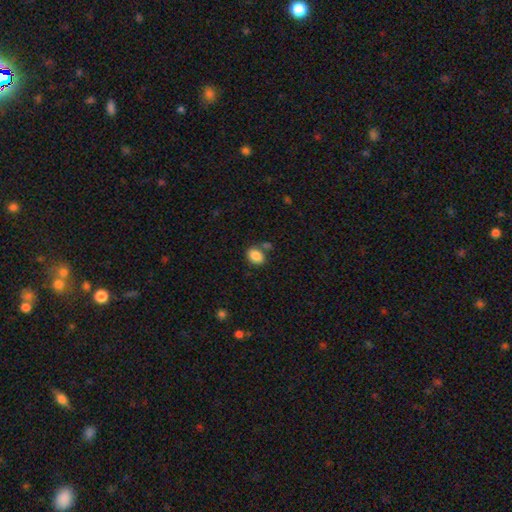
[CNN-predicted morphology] smooth-or-featured: smooth: 86% | star or artifact: 9% | featured or disk: 5%
  how-rounded: in between: 71% | round: 28% | cigar-shaped: 1%
  merging: none: 68% | minor disturbance: 14% | merger: 13% | major disturbance: 4%